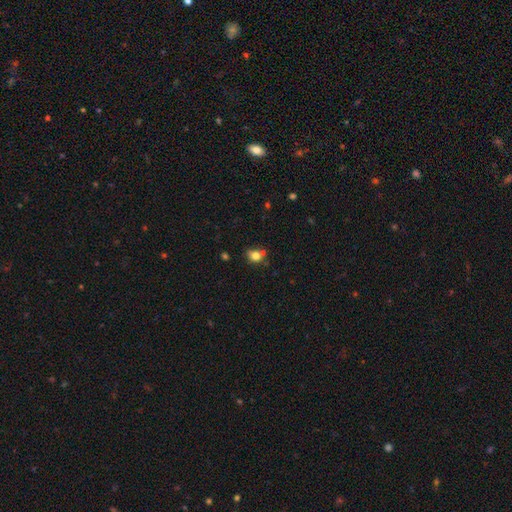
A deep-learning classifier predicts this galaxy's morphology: A smooth galaxy with no disk features (76%) that is round (62%). Merging: none (55%).